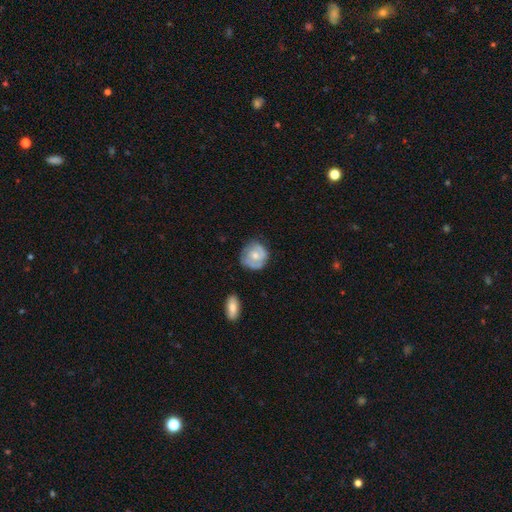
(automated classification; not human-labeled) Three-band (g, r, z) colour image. It shows a featured or disk galaxy (56%) with no bar (74%), spiral arms (78%) and a moderate central bulge (58%). Merging: none (69%).